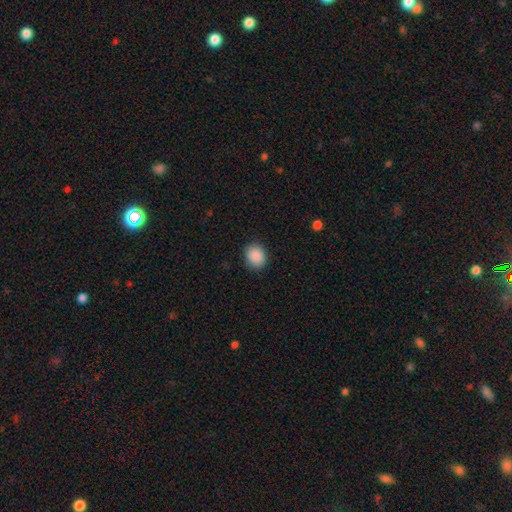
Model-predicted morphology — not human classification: A smooth galaxy with no disk features (90%) that is round (59%). Merging: none (88%).